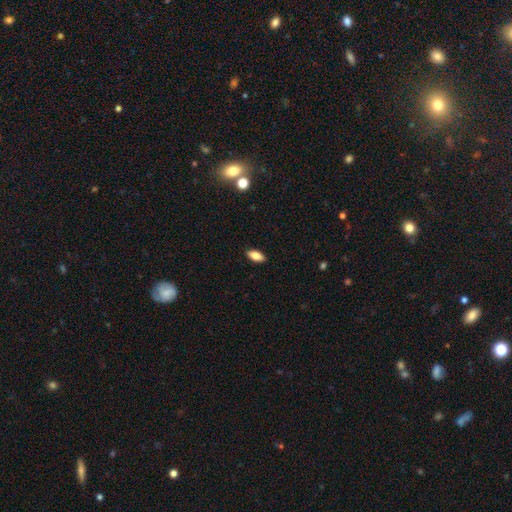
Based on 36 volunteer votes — A smooth galaxy with no disk features (78%) that is in between round and cigar-shaped (93%).

Vote fractions:
- Smooth or featured? smooth: 78% / featured or disk: 14% / star or artifact: 8%
- How rounded? in between: 93% / round: 4% / cigar-shaped: 4%
- Merging? none: 85% / minor disturbance: 9% / major disturbance: 3% / merger: 3%